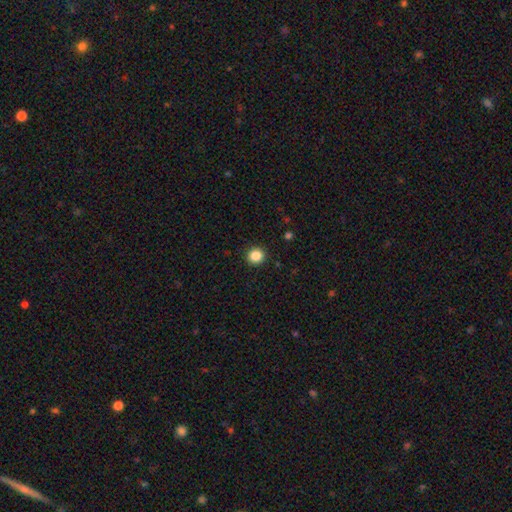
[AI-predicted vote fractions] Smooth or featured? Predicted: smooth (p=0.86). How rounded? Predicted: round (p=0.91). Merging? Predicted: none (p=0.92).